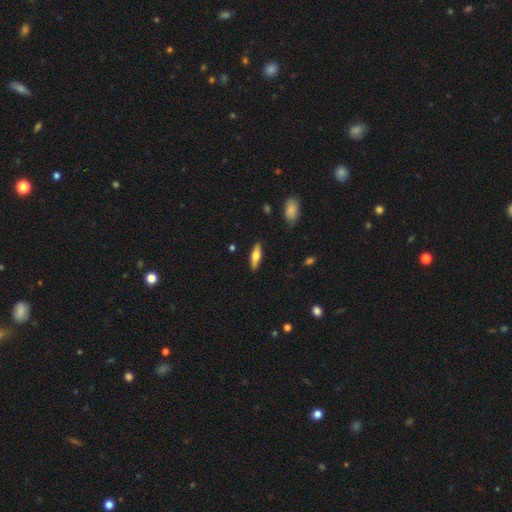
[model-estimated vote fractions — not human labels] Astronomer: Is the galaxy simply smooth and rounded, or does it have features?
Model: smooth — 55% (runner-up: featured or disk, 39%).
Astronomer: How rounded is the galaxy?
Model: cigar-shaped — 56% (runner-up: in between, 41%).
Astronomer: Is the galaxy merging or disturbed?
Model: none — 88%.